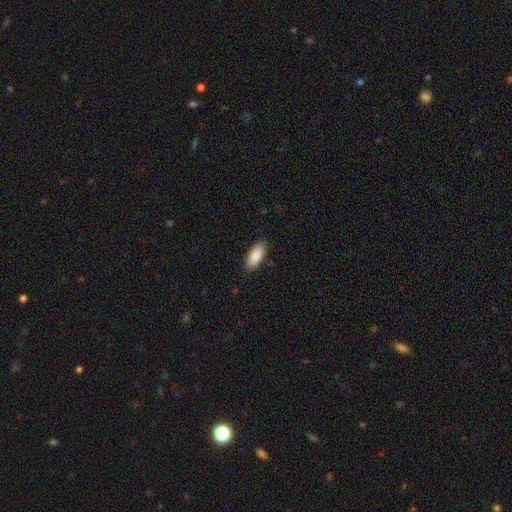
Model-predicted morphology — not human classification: A smooth galaxy with no disk features (89%) that is in between round and cigar-shaped (78%). Merging: none (88%).